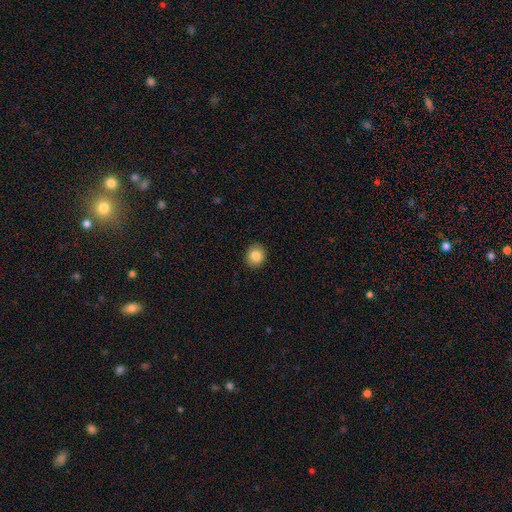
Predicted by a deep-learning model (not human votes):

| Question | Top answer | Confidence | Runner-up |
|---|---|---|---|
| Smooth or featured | smooth | 85% | star or artifact (9%) |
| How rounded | round | 79% | in between (20%) |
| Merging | none | 91% | minor disturbance (6%) |